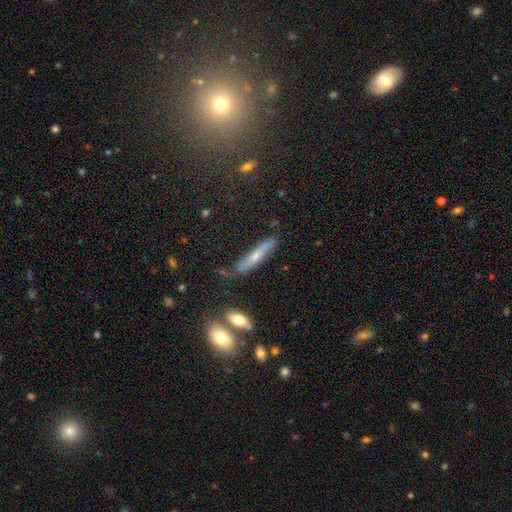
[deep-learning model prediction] Smooth or featured?
  - smooth: 46% *
  - featured or disk: 45%
  - star or artifact: 9%
Merging?
  - none: 73% *
  - minor disturbance: 19%
  - merger: 4%
  - major disturbance: 4%